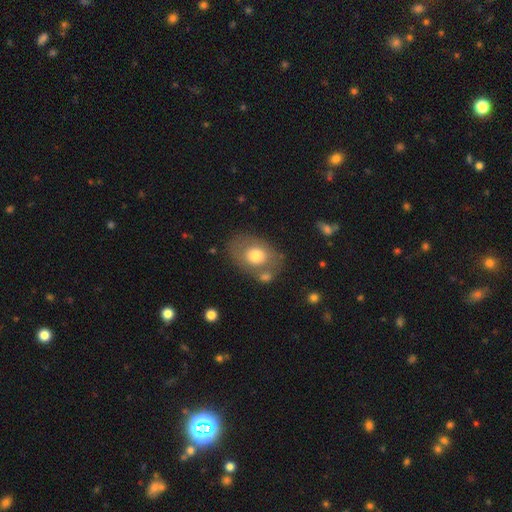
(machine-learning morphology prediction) Smooth or featured: smooth — 67% (featured or disk — 25%)
How rounded: in between — 71% (round — 28%)
Merging: none — 63% (minor disturbance — 16%)